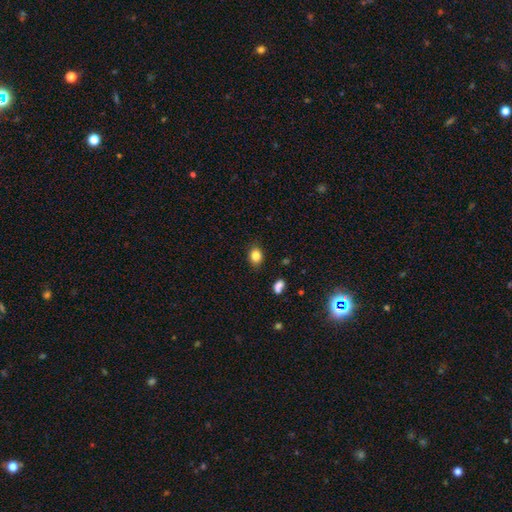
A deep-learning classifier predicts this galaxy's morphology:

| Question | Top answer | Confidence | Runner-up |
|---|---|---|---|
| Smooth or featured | smooth | 83% | star or artifact (10%) |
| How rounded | in between | 56% | round (43%) |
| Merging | none | 87% | minor disturbance (9%) |